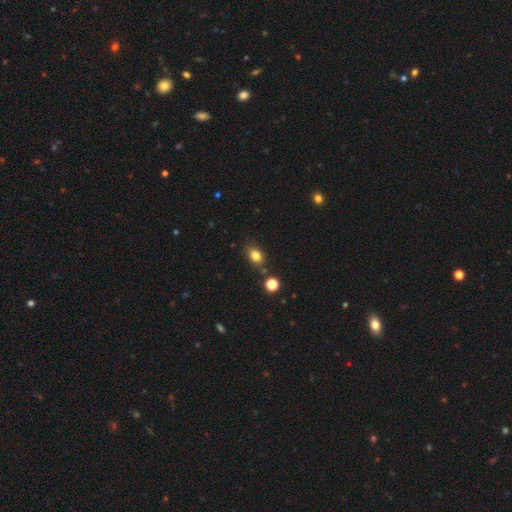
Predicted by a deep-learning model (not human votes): This is clearly a smooth galaxy (81%). How rounded: likely in between (72%). Merging: likely none (75%).